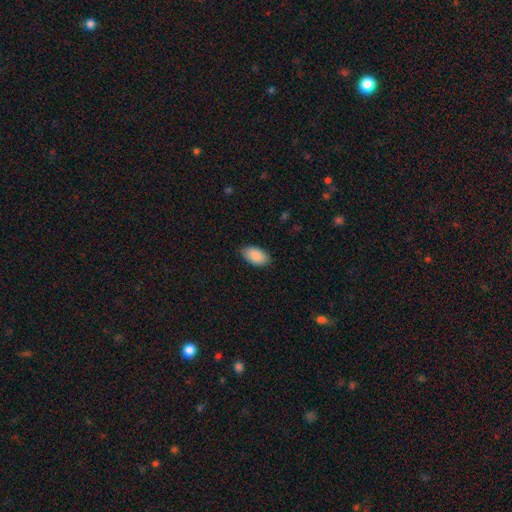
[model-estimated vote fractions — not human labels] Smooth or featured? Predicted: smooth (p=0.89). How rounded? Predicted: in between (p=0.95). Merging? Predicted: none (p=0.85).